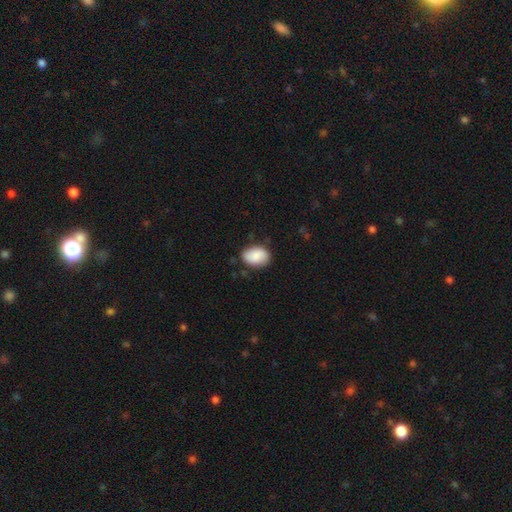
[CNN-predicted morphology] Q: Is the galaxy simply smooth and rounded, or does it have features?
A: smooth — 81%.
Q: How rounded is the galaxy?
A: in between — 79%.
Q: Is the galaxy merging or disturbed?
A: none — 76%.